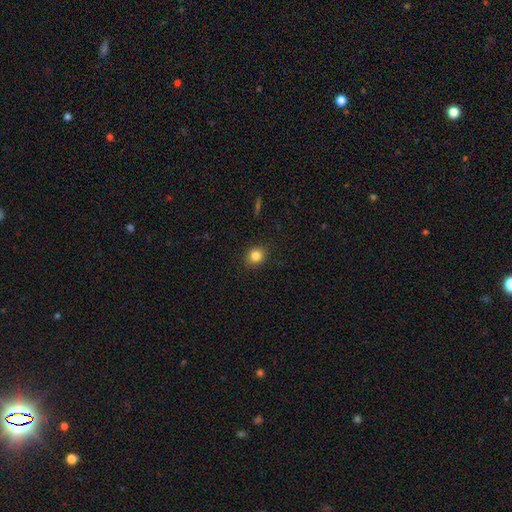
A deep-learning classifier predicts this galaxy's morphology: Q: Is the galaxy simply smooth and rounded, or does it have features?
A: smooth — 83%.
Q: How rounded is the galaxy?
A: round — 73%.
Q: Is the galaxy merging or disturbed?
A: none — 89%.